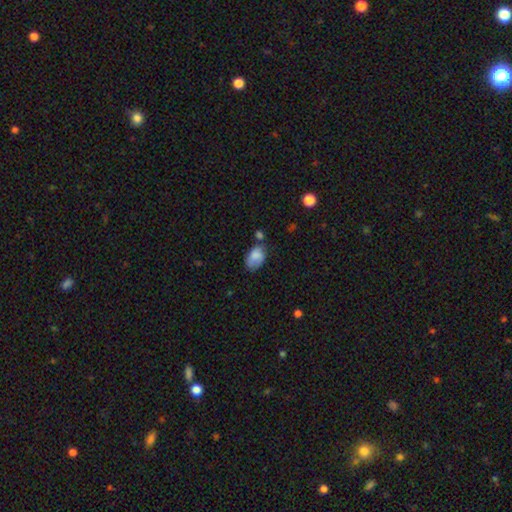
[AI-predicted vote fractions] Smooth or featured? Predicted: smooth (p=0.79). How rounded? Predicted: in between (p=0.86). Merging? Predicted: none (p=0.44).